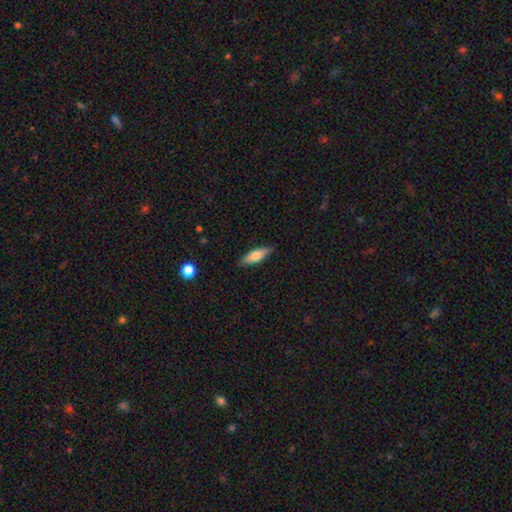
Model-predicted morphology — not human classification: The model was most divided on "how rounded": in between: 54%, cigar-shaped: 44%, round: 2%. More confident: merging — none (85%); smooth or featured — smooth (67%).